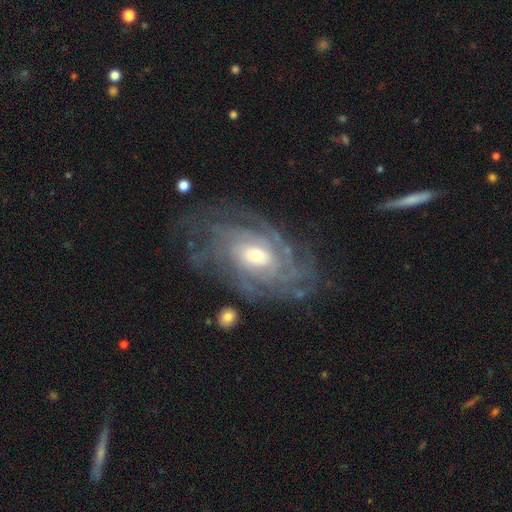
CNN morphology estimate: A featured or disk galaxy (87%) with no bar (62%), tight (68%) spiral arms (96%) and a moderate central bulge (46%). Merging: none (68%).